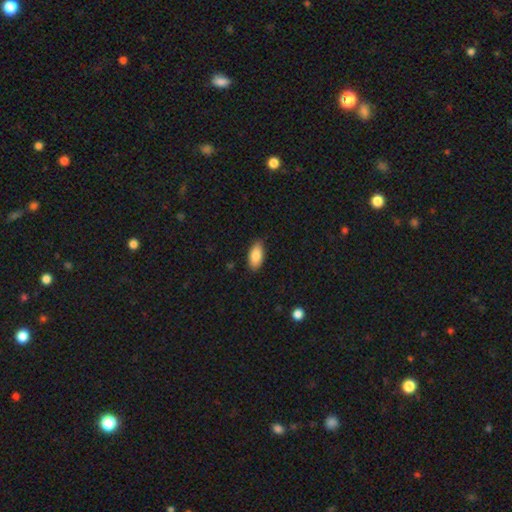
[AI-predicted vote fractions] Overall: smooth (84%). How rounded: in between (92%). Merging: none (85%).